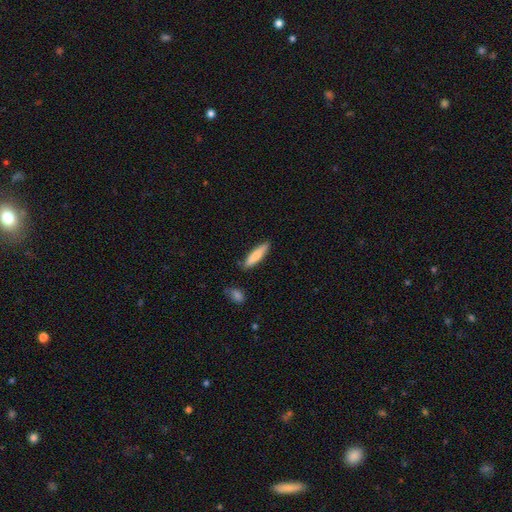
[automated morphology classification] This is likely a smooth galaxy (79%). How rounded: likely cigar-shaped (78%). Merging: clearly none (85%).